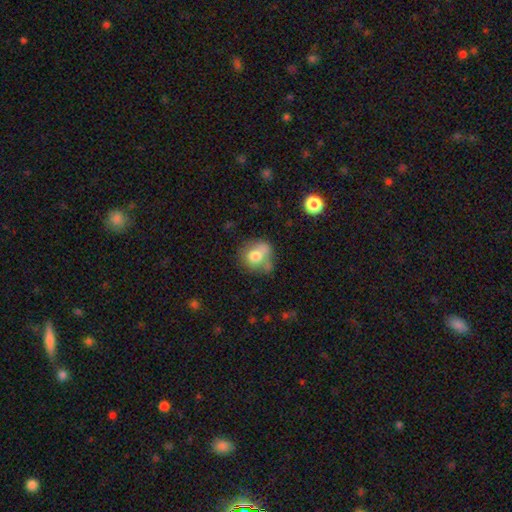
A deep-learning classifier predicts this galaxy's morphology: This appears to be a smooth galaxy with no disk features (71%) that is round (66%). Merging: none (41%).